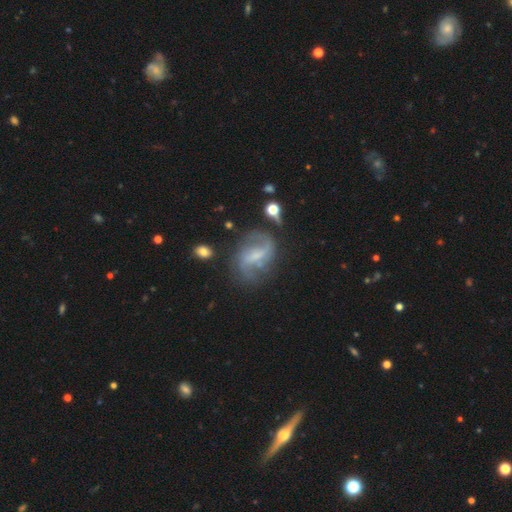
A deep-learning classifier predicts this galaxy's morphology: type=featured or disk (81%); edge-on=no (97%); bar=weak (47%); spiral arms=yes (93%); winding=loose (51%); arm count=2 (85%); bulge=small (39%); merging=none (66%).